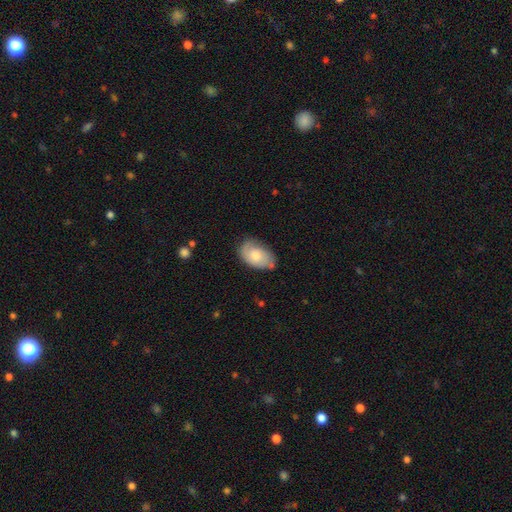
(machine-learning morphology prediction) smooth_or_featured: smooth (p=0.64) [alt: featured or disk p=0.30]
how_rounded: in between (p=0.91) [alt: round p=0.08]
merging: none (p=0.64) [alt: minor disturbance p=0.26]